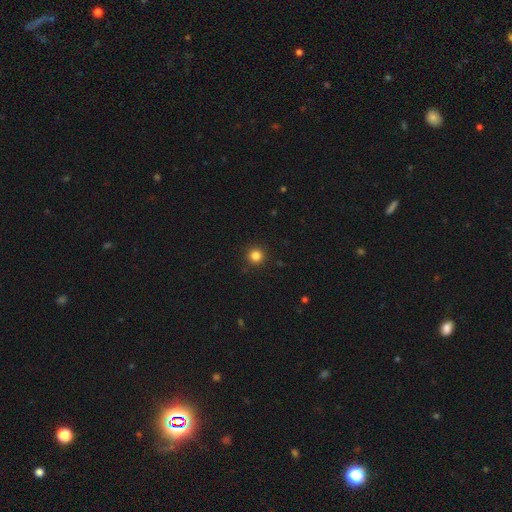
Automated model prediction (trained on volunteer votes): smooth_or_featured: smooth (p=0.83) [alt: star or artifact p=0.12]
how_rounded: round (p=0.96) [alt: in between p=0.03]
merging: none (p=0.92) [alt: minor disturbance p=0.05]